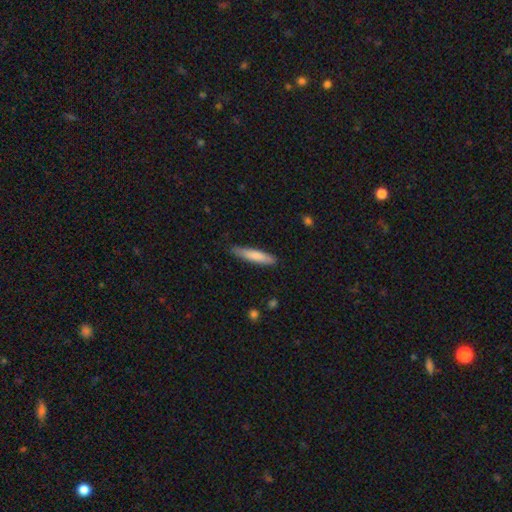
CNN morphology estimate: The model was most divided on "smooth or featured": smooth: 78%, featured or disk: 17%, star or artifact: 5%. More confident: how rounded — cigar-shaped (87%); merging — none (83%).